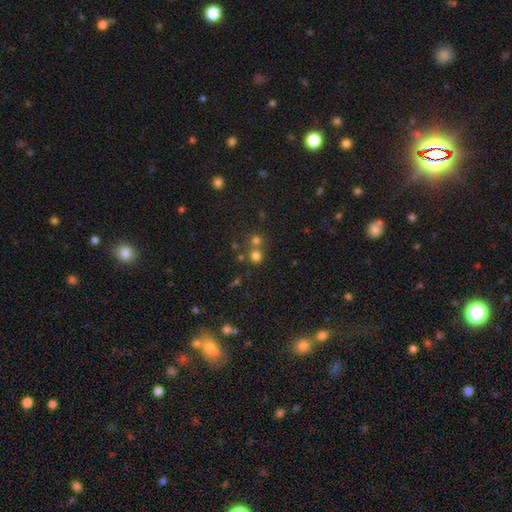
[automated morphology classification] Q: Smooth or featured?
A: smooth (71%); runner-up: star or artifact (21%)
Q: How rounded?
A: round (90%); runner-up: in between (9%)
Q: Merging?
A: none (58%); runner-up: merger (34%)